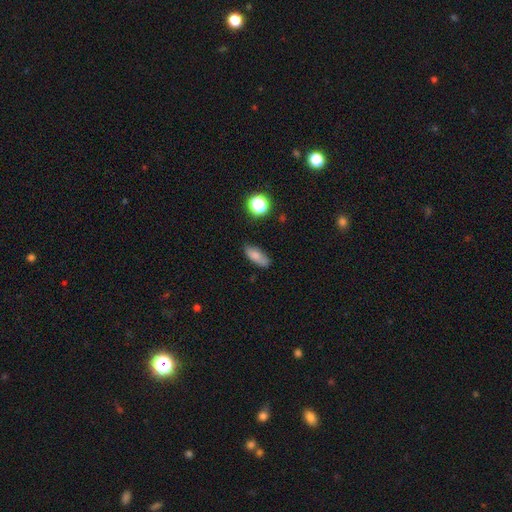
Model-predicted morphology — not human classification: Smooth or featured? smooth (79%)
How rounded? in between (75%)
Merging? none (75%)